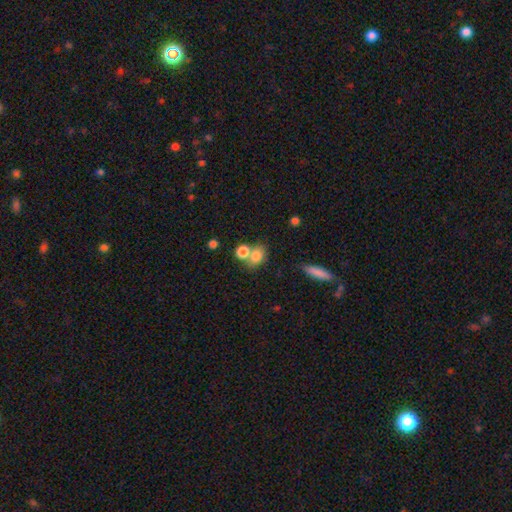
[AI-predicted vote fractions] Smooth or featured? Predicted: smooth (p=0.79). How rounded? Predicted: in between (p=0.54). Merging? Predicted: merger (p=0.43).